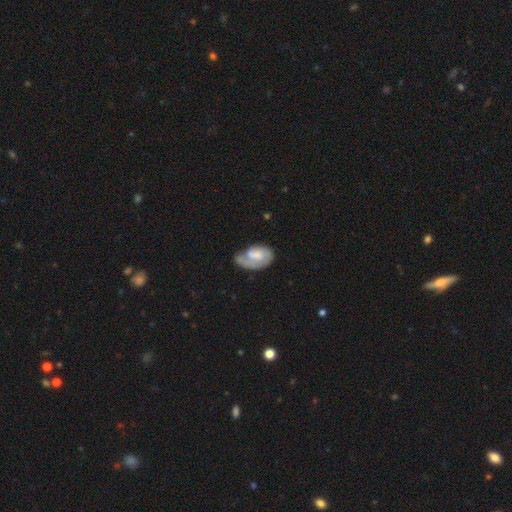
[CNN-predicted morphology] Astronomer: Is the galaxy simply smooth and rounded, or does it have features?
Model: featured or disk — 54% (runner-up: smooth, 40%).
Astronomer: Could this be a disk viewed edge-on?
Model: no — 97%.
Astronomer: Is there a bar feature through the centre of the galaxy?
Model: no — 62%.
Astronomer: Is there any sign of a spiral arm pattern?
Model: yes — 78%.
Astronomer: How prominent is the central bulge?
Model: moderate — 29% (runner-up: none, 28%).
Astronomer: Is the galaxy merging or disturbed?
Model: none — 40% (runner-up: minor disturbance, 29%).